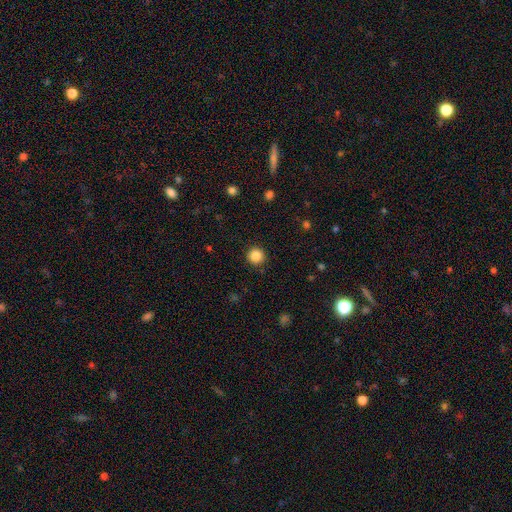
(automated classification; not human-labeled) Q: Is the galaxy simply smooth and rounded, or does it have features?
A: smooth — 86%.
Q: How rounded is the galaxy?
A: round — 95%.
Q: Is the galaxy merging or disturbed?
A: none — 92%.